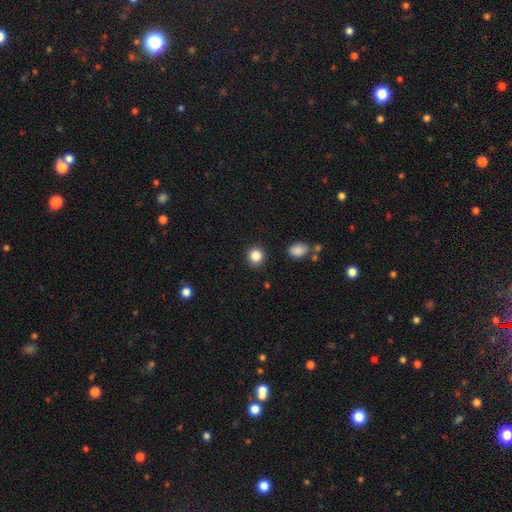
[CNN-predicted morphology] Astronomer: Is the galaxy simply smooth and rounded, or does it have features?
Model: smooth — 86%.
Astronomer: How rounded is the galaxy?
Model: round — 88%.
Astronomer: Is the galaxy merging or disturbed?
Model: none — 90%.